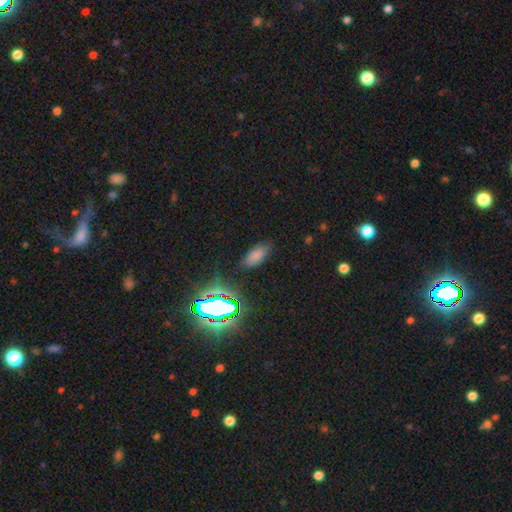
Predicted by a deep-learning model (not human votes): Q: Smooth or featured?
A: smooth (72%); runner-up: star or artifact (20%)
Q: How rounded?
A: in between (89%); runner-up: cigar-shaped (7%)
Q: Merging?
A: none (82%); runner-up: minor disturbance (12%)